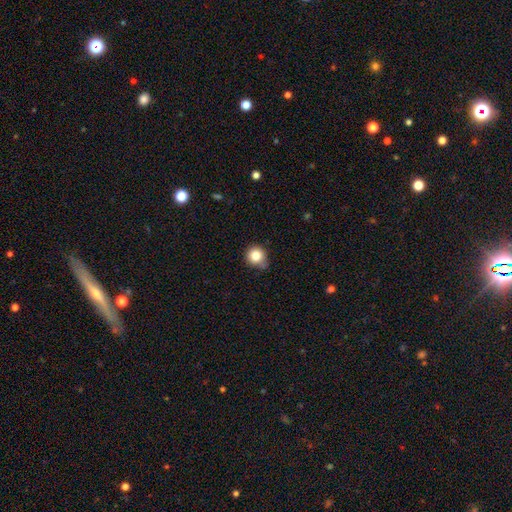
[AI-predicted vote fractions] Morphology: type=smooth (83%); roundness=round (89%); merging=none (65%).